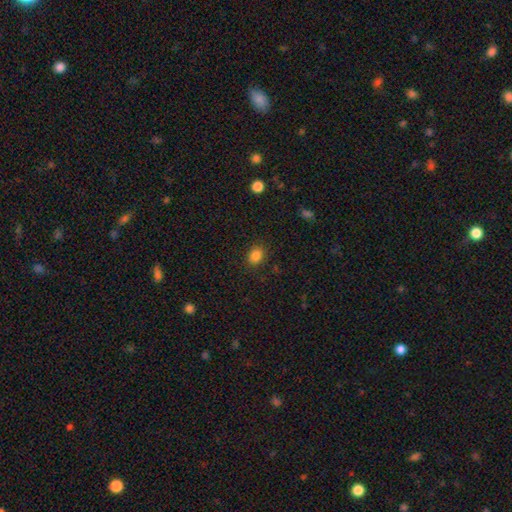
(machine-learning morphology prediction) Smooth or featured?
  - smooth: 85% *
  - star or artifact: 11%
  - featured or disk: 4%
How rounded?
  - round: 54% *
  - in between: 45%
  - cigar-shaped: 1%
Merging?
  - none: 86% *
  - minor disturbance: 9%
  - major disturbance: 3%
  - merger: 1%